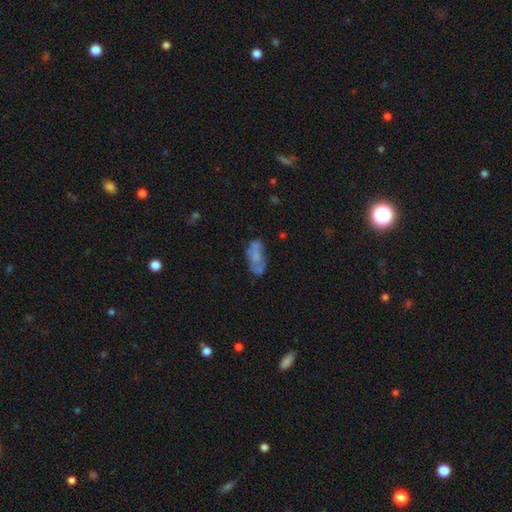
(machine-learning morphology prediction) Smooth or featured? smooth (45%, tied with featured or disk)
Merging? none (54%)